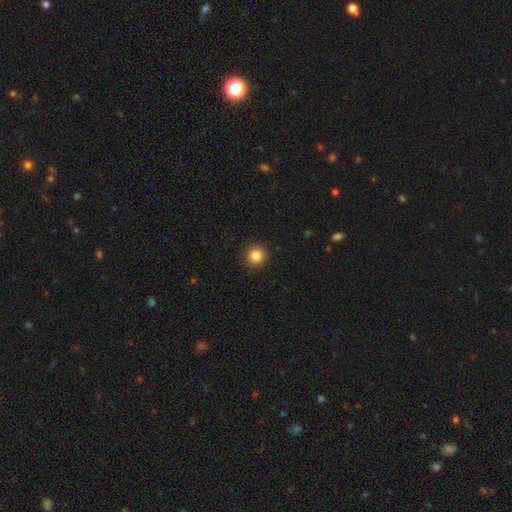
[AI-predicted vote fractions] Morphology: type=smooth (84%); roundness=round (94%); merging=none (92%).